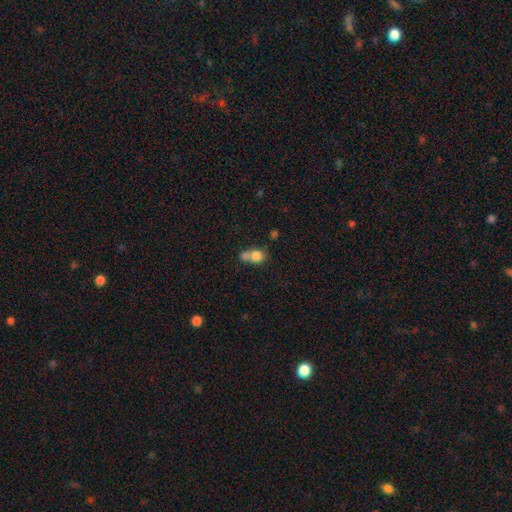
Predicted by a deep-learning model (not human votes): Q: Smooth or featured?
A: smooth (77%); runner-up: featured or disk (13%)
Q: How rounded?
A: round (62%); runner-up: in between (37%)
Q: Merging?
A: merger (54%); runner-up: none (29%)